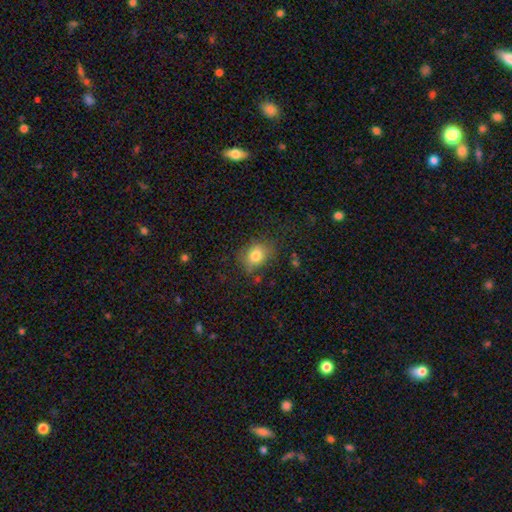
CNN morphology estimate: This appears to be a smooth galaxy with no disk features (80%) that is round (51%). Merging: none (71%).